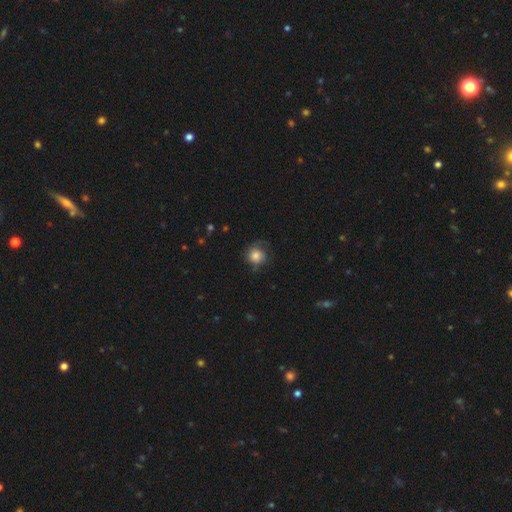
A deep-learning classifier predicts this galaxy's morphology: Smooth or featured?
  - smooth: 72% *
  - featured or disk: 19%
  - star or artifact: 9%
How rounded?
  - round: 89% *
  - in between: 10%
  - cigar-shaped: 1%
Merging?
  - none: 66% *
  - minor disturbance: 22%
  - major disturbance: 11%
  - merger: 1%